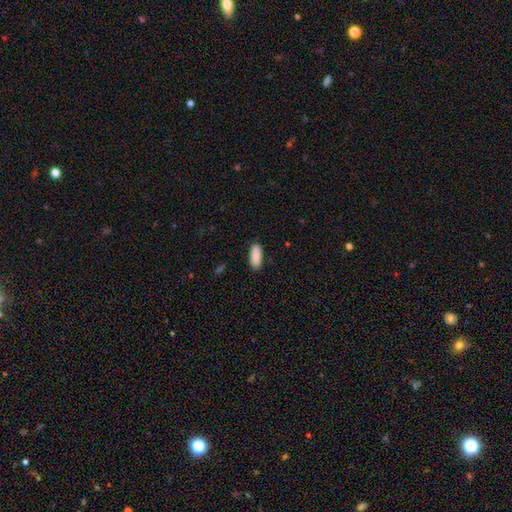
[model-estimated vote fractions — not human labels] This is clearly a smooth galaxy (91%). How rounded: likely in between (79%). Merging: clearly none (89%).